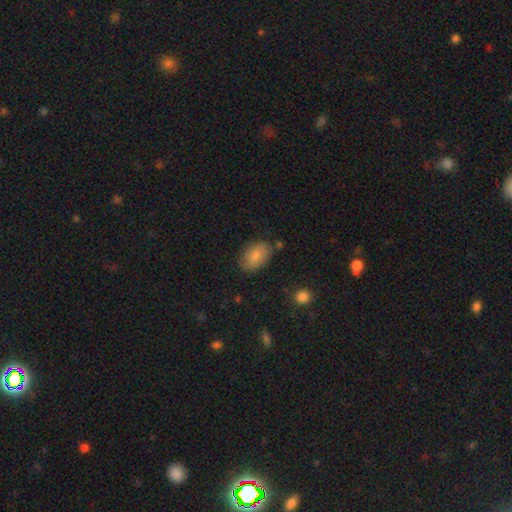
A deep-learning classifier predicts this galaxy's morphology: type=smooth (80%); roundness=in between (89%); merging=none (77%).